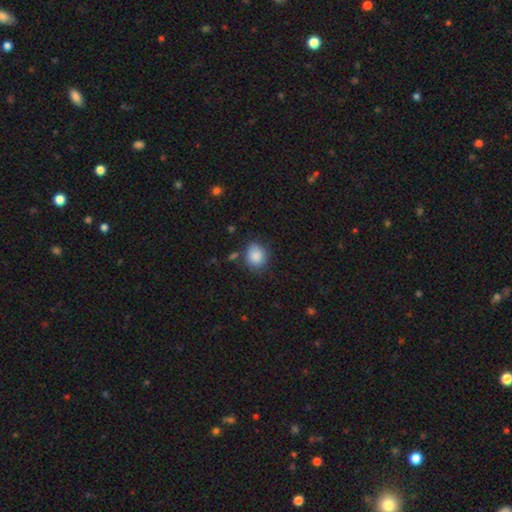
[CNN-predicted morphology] This appears to be a smooth galaxy with no disk features (87%) that is round (56%). Merging: none (73%).